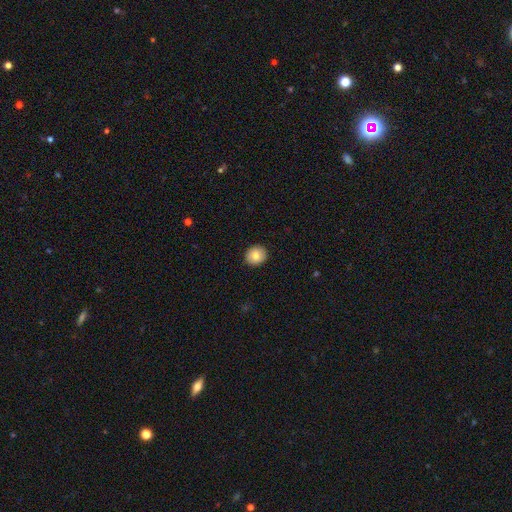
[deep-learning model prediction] Smooth or featured: smooth — 82% (featured or disk — 10%)
How rounded: round — 80% (in between — 19%)
Merging: none — 91% (minor disturbance — 6%)